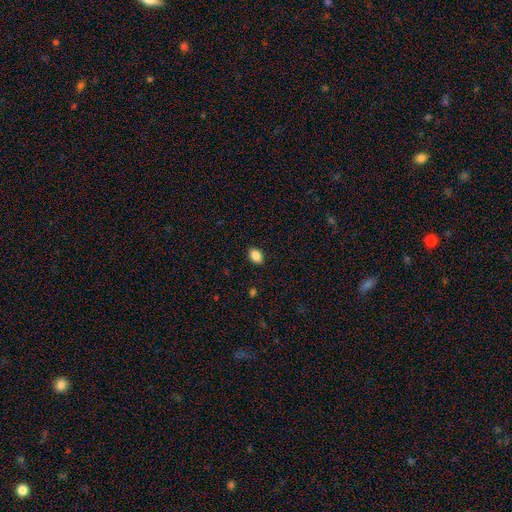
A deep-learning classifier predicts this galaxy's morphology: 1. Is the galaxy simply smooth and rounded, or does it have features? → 88% smooth, 9% star or artifact, 4% featured or disk.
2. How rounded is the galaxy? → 77% in between, 22% round, 1% cigar-shaped.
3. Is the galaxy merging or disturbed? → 89% none, 8% minor disturbance, 2% major disturbance, 1% merger.